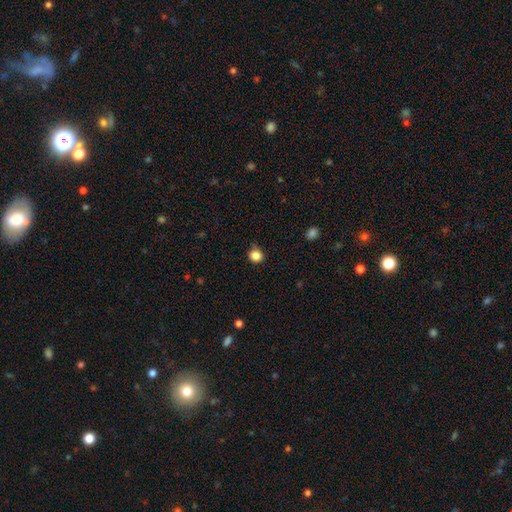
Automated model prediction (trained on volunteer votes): smooth 86%, star or artifact 11%, featured or disk 3%. Down the decision tree: how rounded — round (85%); merging — none (75%).